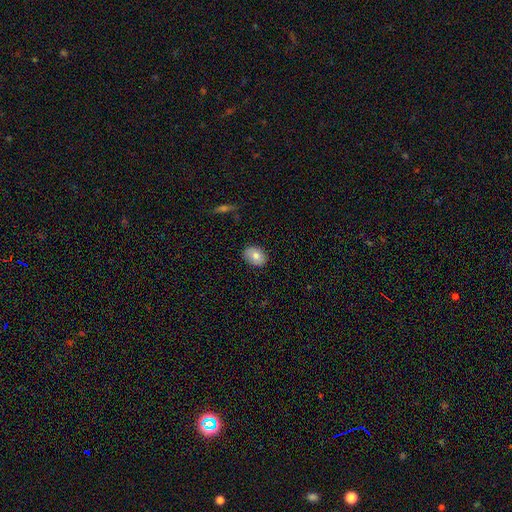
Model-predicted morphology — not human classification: Overall: smooth (81%). How rounded: in between (78%). Merging: none (85%).